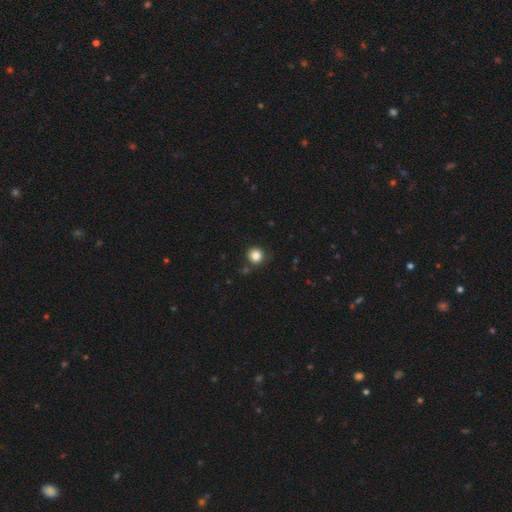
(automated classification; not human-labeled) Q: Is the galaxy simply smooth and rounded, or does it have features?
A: smooth — 85%.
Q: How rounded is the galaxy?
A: round — 92%.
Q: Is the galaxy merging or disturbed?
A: none — 86%.